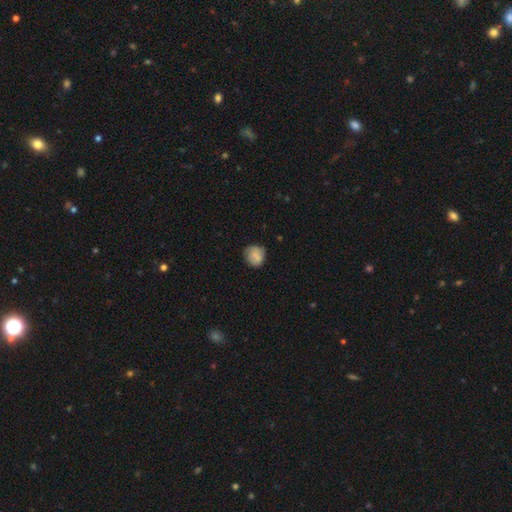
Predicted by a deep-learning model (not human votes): This is likely a smooth galaxy (76%). How rounded: likely round (79%). Merging: likely none (69%).